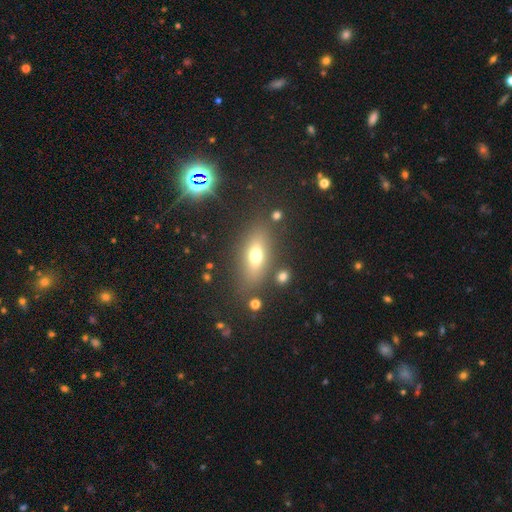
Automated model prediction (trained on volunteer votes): The model was most divided on "smooth or featured": smooth: 66%, featured or disk: 22%, star or artifact: 12%. More confident: merging — none (79%); how rounded — in between (71%).